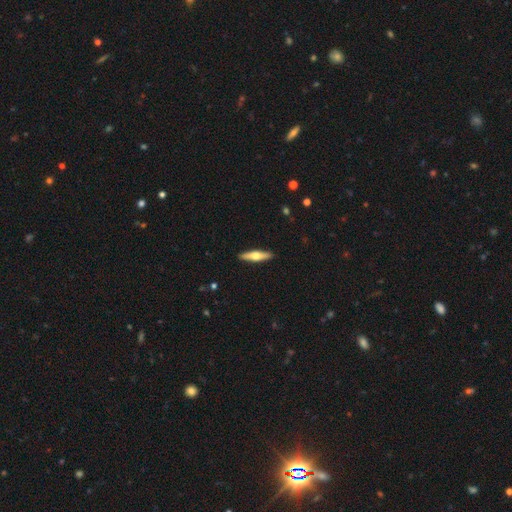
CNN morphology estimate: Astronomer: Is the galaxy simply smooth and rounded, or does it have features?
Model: featured or disk — 48% (runner-up: smooth, 47%).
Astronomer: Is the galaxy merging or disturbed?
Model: none — 91%.